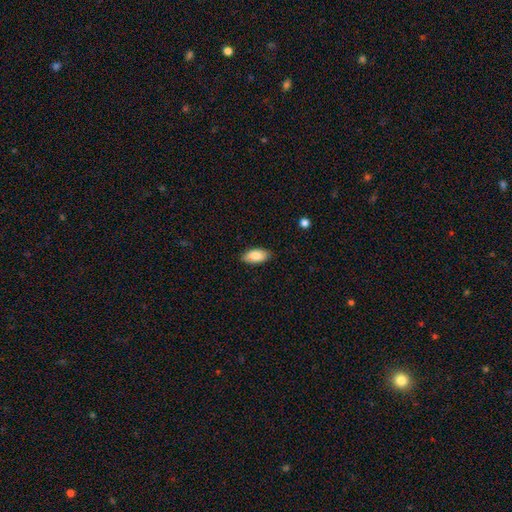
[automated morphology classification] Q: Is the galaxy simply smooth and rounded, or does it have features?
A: smooth — 84%.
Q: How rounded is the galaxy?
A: in between — 92%.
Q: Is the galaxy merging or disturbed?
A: none — 82%.